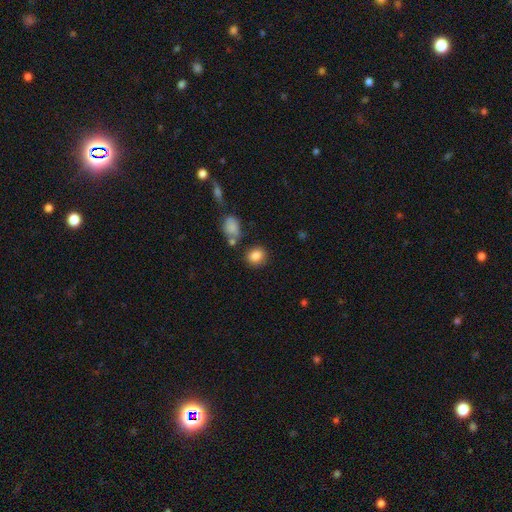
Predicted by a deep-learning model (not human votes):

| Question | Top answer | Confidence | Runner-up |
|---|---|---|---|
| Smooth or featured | smooth | 85% | star or artifact (10%) |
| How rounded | round | 67% | in between (32%) |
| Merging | none | 79% | minor disturbance (11%) |